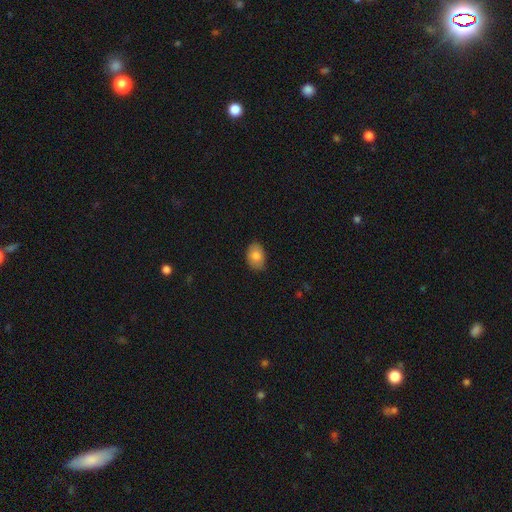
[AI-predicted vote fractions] Smooth or featured: smooth — 83% (featured or disk — 10%)
How rounded: in between — 82% (round — 17%)
Merging: none — 81% (minor disturbance — 15%)